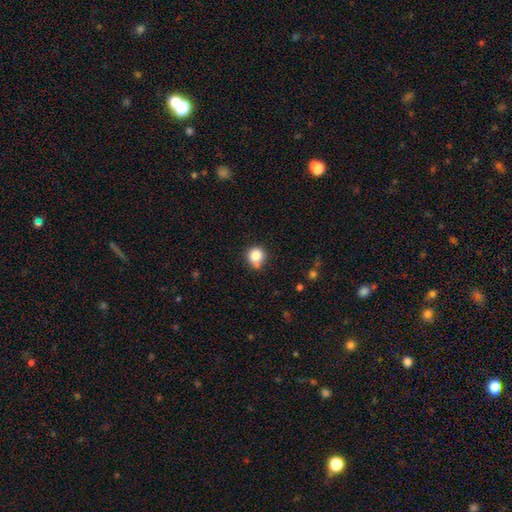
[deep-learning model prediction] Smooth or featured? Predicted: smooth (p=0.84). How rounded? Predicted: round (p=0.89). Merging? Predicted: none (p=0.61).